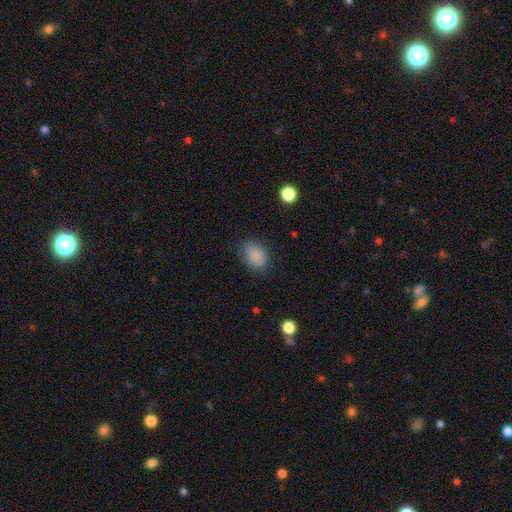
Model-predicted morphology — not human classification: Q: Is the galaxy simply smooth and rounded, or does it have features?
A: smooth — 85%.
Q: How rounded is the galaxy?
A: in between — 71%.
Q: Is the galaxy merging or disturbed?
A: none — 73%.